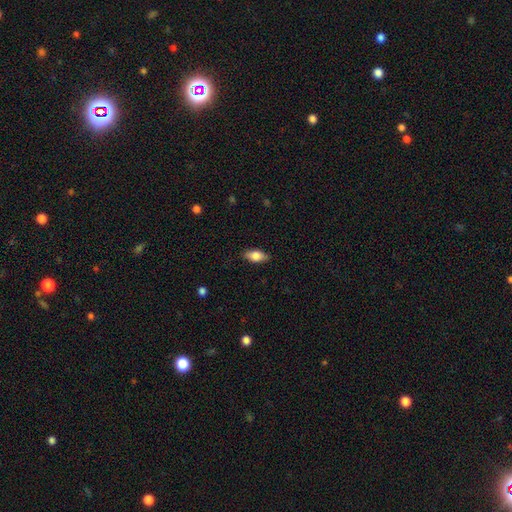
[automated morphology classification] A smooth galaxy with no disk features (79%) that is in between round and cigar-shaped (87%). Merging: none (85%).